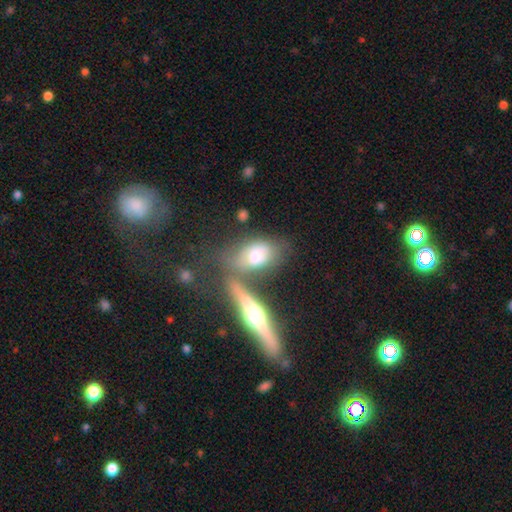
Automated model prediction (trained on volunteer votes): Smooth or featured? smooth (55%)
How rounded? in between (81%)
Merging? merger (40%)